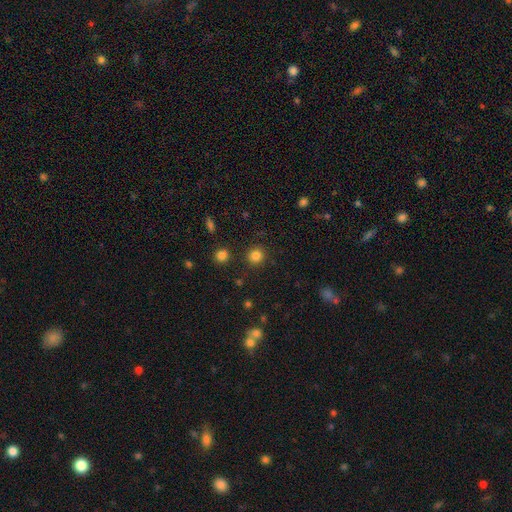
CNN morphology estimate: type=smooth (83%); roundness=round (92%); merging=none (89%).